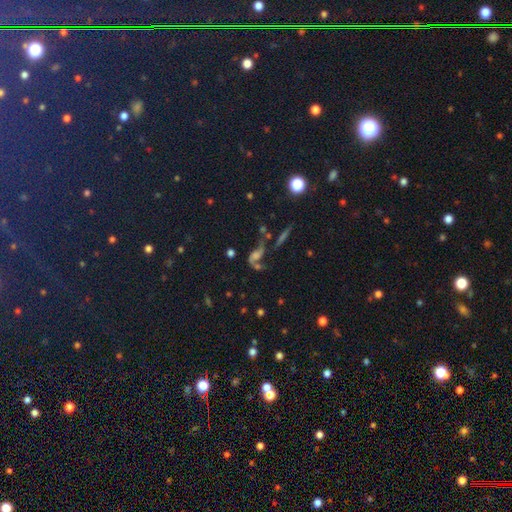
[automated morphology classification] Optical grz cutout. It shows a featured or disk galaxy (52%). Merging: none (38%).